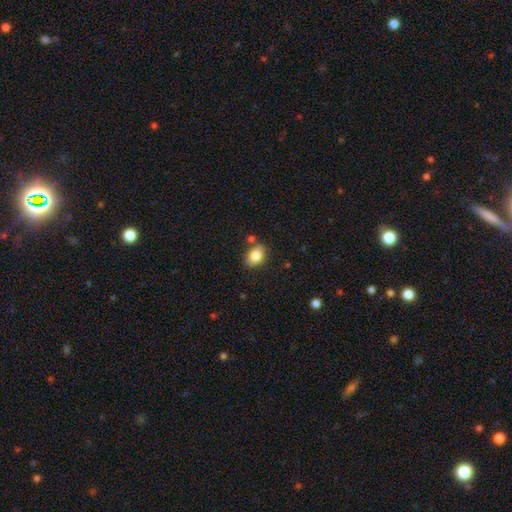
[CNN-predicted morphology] type=smooth (83%); roundness=in between (76%); merging=none (78%).